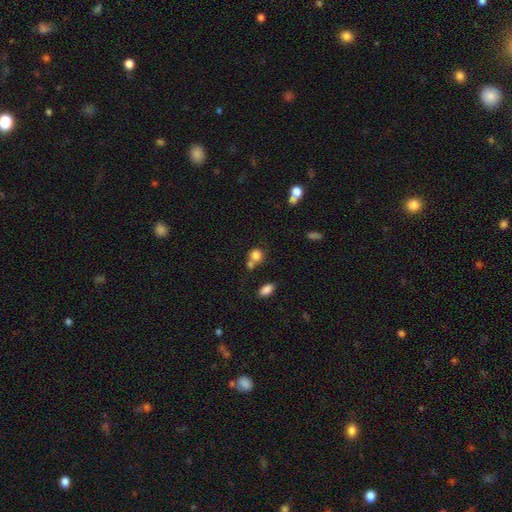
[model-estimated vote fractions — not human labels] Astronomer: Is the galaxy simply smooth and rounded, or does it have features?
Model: smooth — 81%.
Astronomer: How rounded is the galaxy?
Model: round — 75%.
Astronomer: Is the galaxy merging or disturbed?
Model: none — 43% (runner-up: merger, 40%).